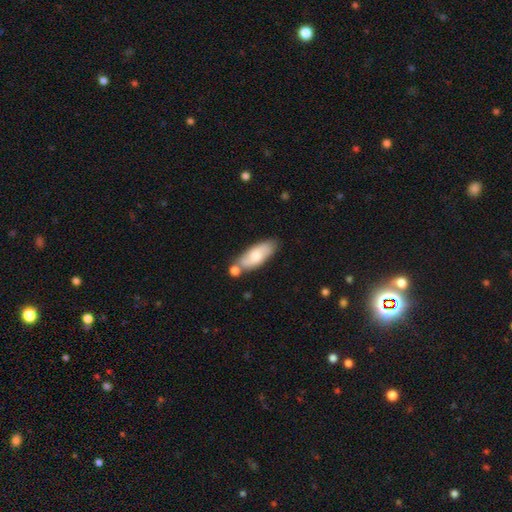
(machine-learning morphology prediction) type=smooth (71%); roundness=in between (71%); merging=none (54%).